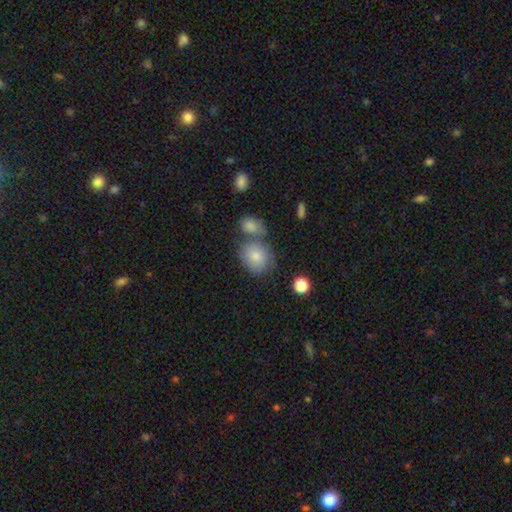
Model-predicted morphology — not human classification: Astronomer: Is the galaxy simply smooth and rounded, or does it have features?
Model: smooth — 72%.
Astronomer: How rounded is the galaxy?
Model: round — 68%.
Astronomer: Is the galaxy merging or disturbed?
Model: none — 57%.